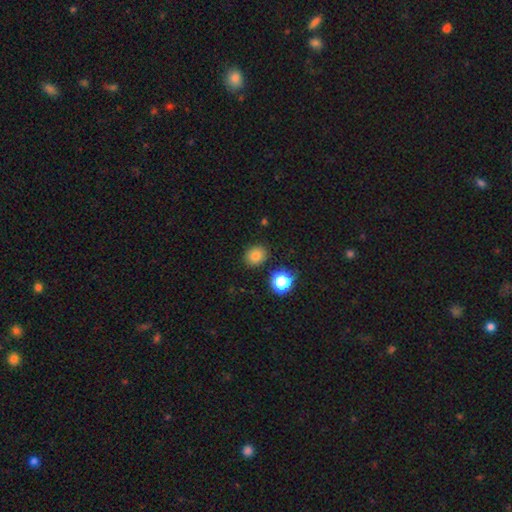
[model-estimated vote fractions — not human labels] Overall: smooth (79%). How rounded: round (72%). Merging: none (86%).